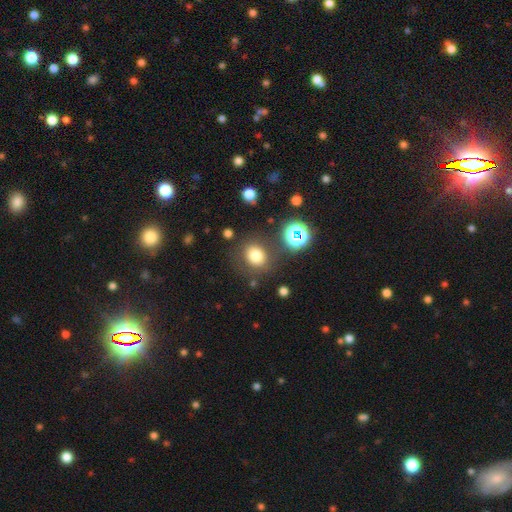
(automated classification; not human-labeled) Smooth or featured: smooth — 75% (star or artifact — 16%)
How rounded: round — 74% (in between — 25%)
Merging: none — 78% (minor disturbance — 12%)